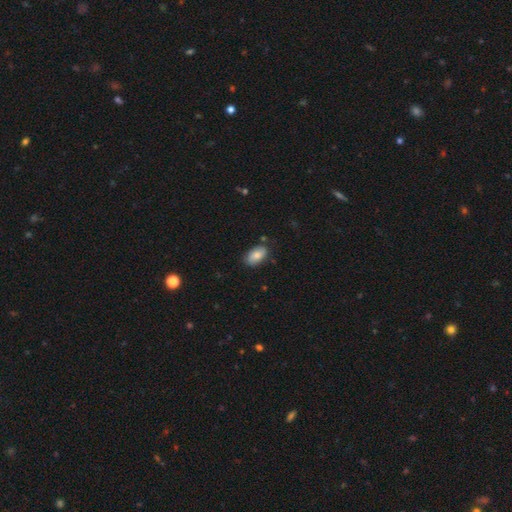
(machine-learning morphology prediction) type=smooth (82%); roundness=in between (93%); merging=none (79%).